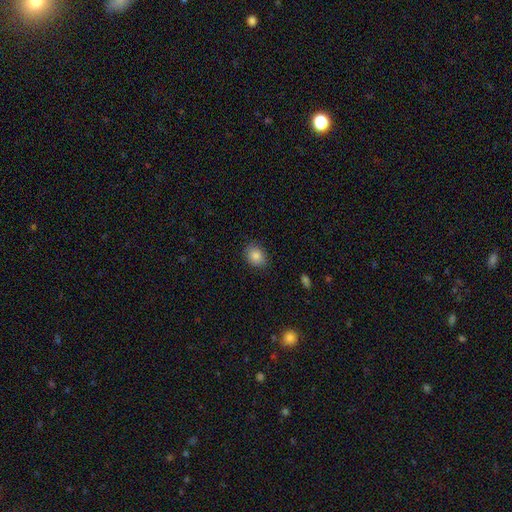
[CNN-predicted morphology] This is clearly a smooth galaxy (85%). How rounded: possibly round (53%). Merging: clearly none (84%).